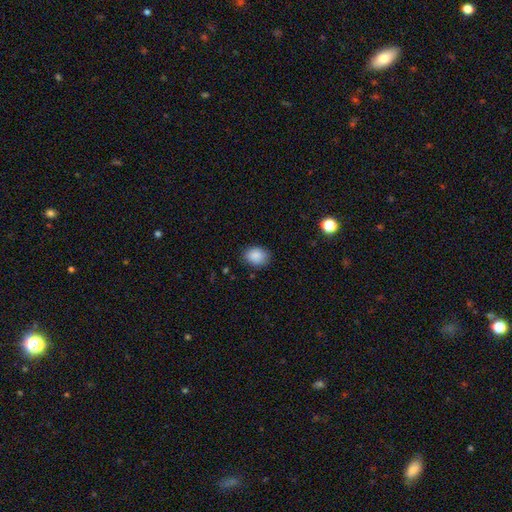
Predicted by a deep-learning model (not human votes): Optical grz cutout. It shows a smooth galaxy with no disk features (88%) that is in between round and cigar-shaped (56%). Merging: none (80%).